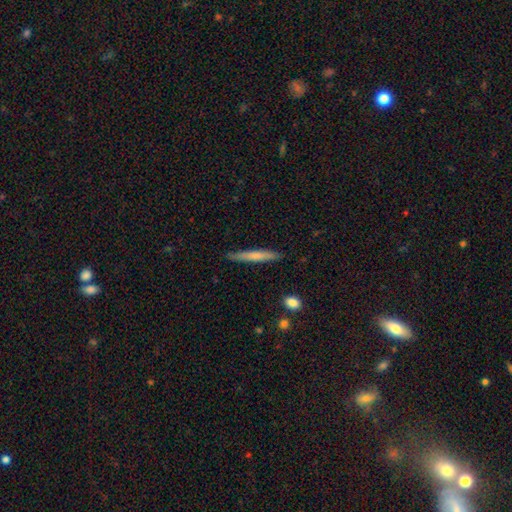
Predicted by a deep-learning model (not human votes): This is likely a smooth galaxy (64%). How rounded: clearly cigar-shaped (95%). Merging: clearly none (87%).